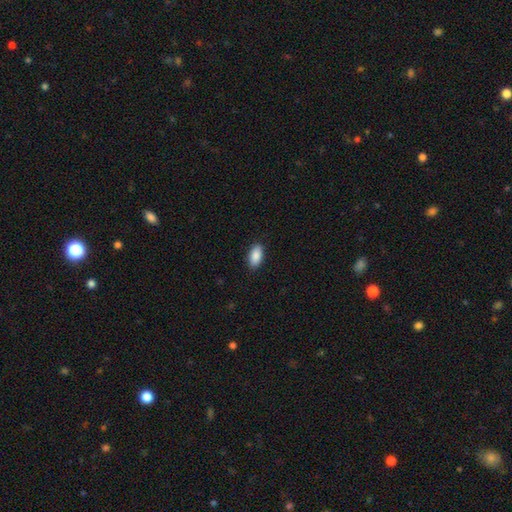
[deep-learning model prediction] smooth_or_featured: smooth (p=0.89) [alt: star or artifact p=0.07]
how_rounded: in between (p=0.92) [alt: cigar-shaped p=0.05]
merging: none (p=0.88) [alt: minor disturbance p=0.09]